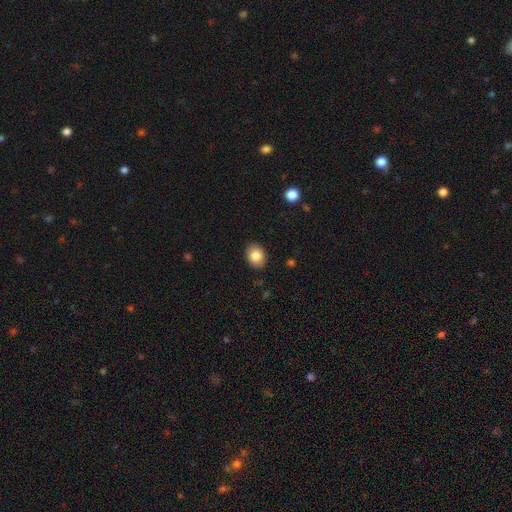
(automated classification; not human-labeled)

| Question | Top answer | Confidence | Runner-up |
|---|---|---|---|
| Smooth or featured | smooth | 84% | star or artifact (9%) |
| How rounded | in between | 57% | round (42%) |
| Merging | none | 90% | minor disturbance (7%) |